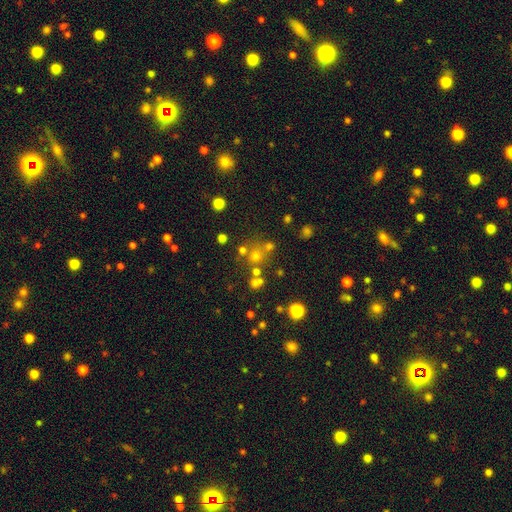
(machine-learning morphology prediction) Smooth or featured? smooth (57%)
How rounded? round (89%)
Merging? none (62%)